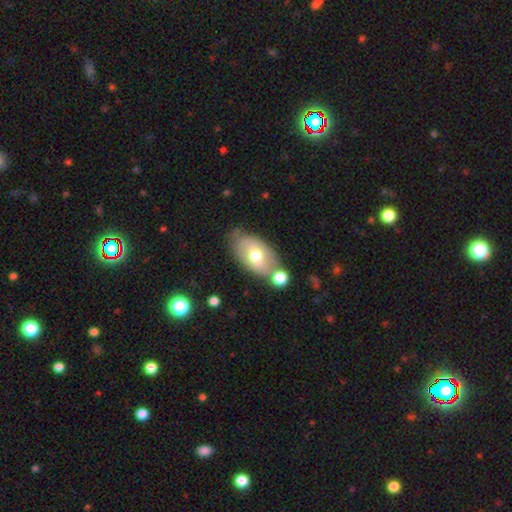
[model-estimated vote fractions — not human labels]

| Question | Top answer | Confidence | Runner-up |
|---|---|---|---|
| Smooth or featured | smooth | 59% | featured or disk (34%) |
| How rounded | in between | 91% | round (7%) |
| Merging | none | 53% | merger (20%) |